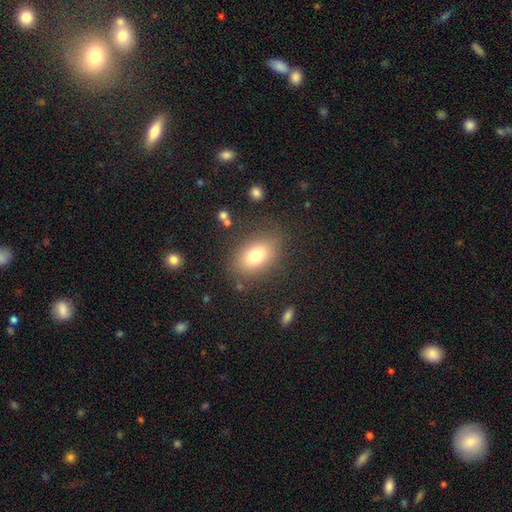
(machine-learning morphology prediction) Smooth or featured? smooth (77%)
How rounded? in between (84%)
Merging? none (81%)